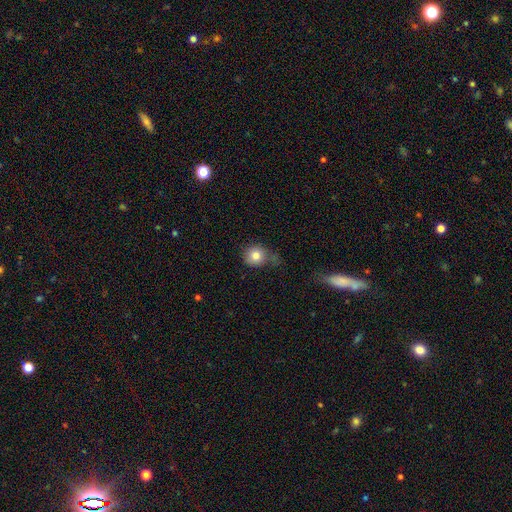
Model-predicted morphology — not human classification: This is clearly a smooth galaxy (81%). How rounded: clearly round (85%). Merging: possibly none (51%).